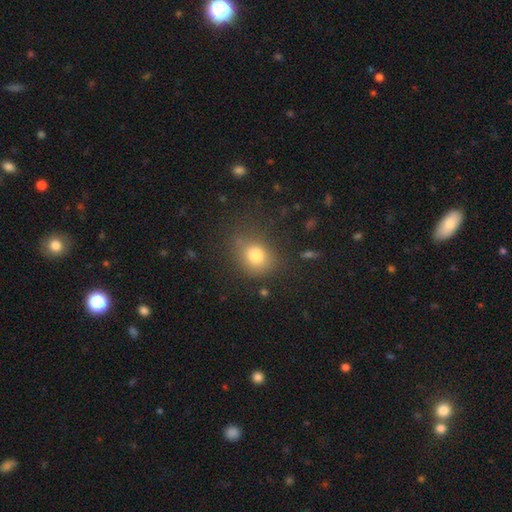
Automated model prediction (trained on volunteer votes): This is likely a smooth galaxy (79%). How rounded: likely round (64%). Merging: likely none (70%).